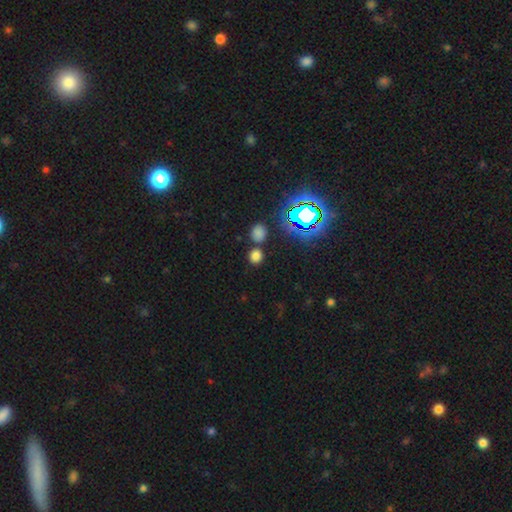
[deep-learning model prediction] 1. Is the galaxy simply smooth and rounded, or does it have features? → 68% smooth, 26% star or artifact, 6% featured or disk.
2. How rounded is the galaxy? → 81% round, 17% in between, 1% cigar-shaped.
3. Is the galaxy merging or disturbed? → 75% none, 14% merger, 8% minor disturbance, 3% major disturbance.